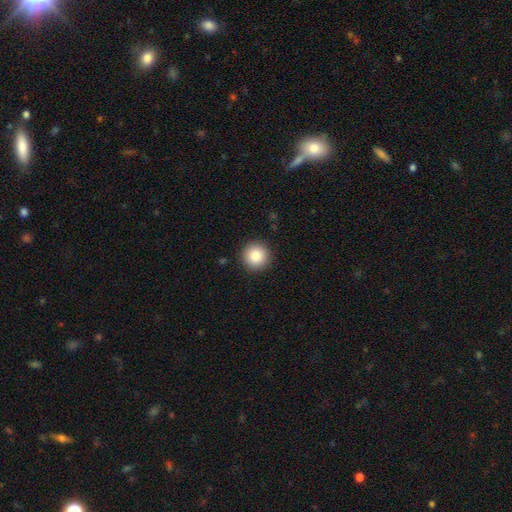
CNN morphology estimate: A smooth galaxy with no disk features (85%) that is round (96%).

Vote fractions:
- Smooth or featured? smooth: 85% / star or artifact: 9% / featured or disk: 6%
- How rounded? round: 96% / in between: 4% / cigar-shaped: 1%
- Merging? none: 92% / minor disturbance: 5% / major disturbance: 2% / merger: 1%